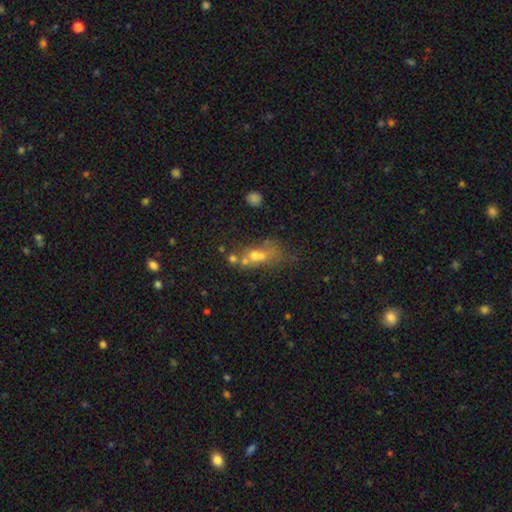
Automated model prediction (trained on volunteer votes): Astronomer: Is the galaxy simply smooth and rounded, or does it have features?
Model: smooth — 48% (runner-up: featured or disk, 30%).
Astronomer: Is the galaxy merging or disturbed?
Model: merger — 42% (runner-up: none, 30%).